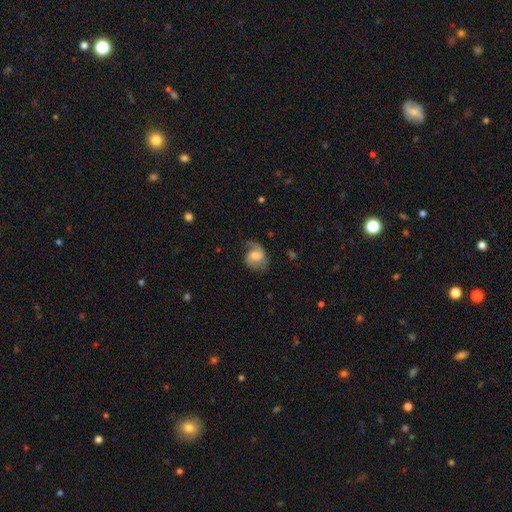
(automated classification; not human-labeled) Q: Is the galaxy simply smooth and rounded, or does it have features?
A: featured or disk — 66%.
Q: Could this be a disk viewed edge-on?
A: no — 97%.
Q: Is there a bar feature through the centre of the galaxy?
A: no — 46%.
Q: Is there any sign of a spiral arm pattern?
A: yes — 93%.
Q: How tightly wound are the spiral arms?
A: medium — 45%.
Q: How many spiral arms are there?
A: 2 — 70%.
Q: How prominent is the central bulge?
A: moderate — 50%.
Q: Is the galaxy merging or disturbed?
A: none — 60%.